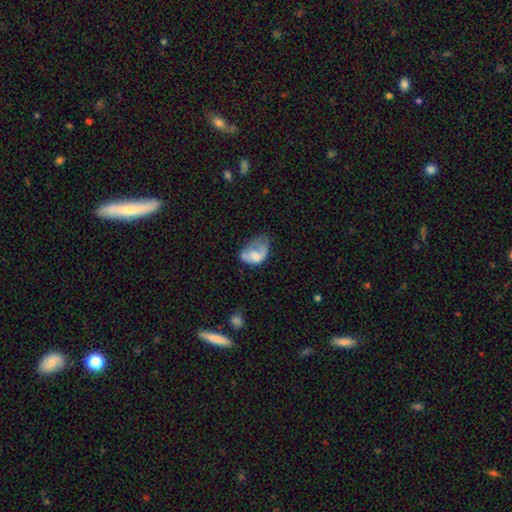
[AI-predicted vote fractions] Smooth or featured? smooth (54%)
How rounded? in between (80%)
Merging? major disturbance (39%)